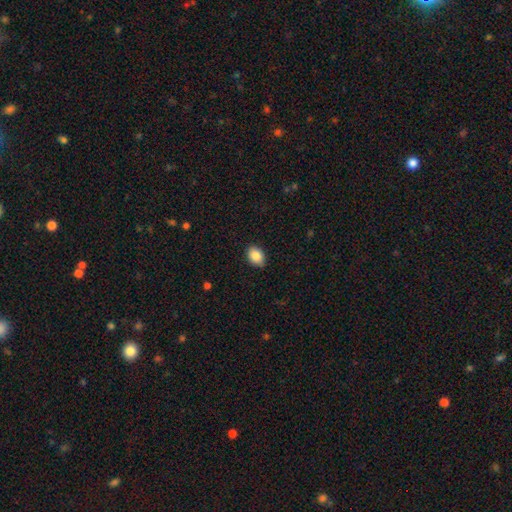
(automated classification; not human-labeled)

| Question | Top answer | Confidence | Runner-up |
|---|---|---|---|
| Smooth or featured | smooth | 87% | star or artifact (8%) |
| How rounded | in between | 76% | round (23%) |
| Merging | none | 88% | minor disturbance (9%) |